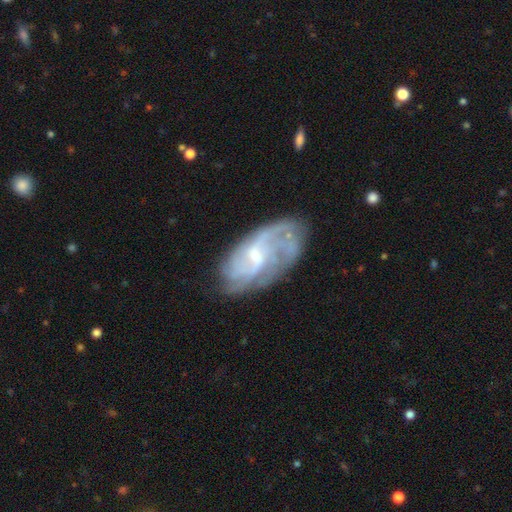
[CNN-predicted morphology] type=featured or disk (78%); edge-on=no (95%); bar=weak (52%); spiral arms=yes (87%); winding=medium (40%); arm count=can't tell (41%); bulge=small (55%); merging=none (62%).